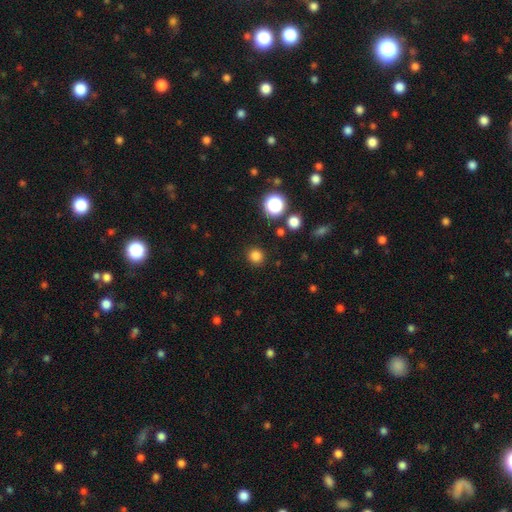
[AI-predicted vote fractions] Smooth or featured?
  - smooth: 81% *
  - star or artifact: 16%
  - featured or disk: 4%
How rounded?
  - round: 91% *
  - in between: 8%
  - cigar-shaped: 1%
Merging?
  - none: 89% *
  - minor disturbance: 6%
  - major disturbance: 3%
  - merger: 2%